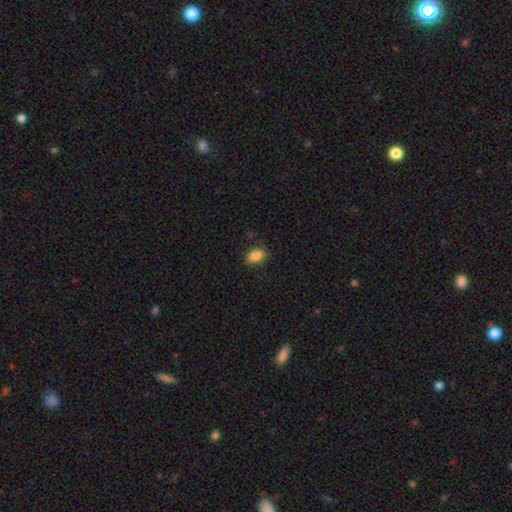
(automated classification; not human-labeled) The model was most divided on "merging": none: 82%, minor disturbance: 14%, major disturbance: 3%, merger: 1%. More confident: smooth or featured — smooth (86%); how rounded — in between (86%).